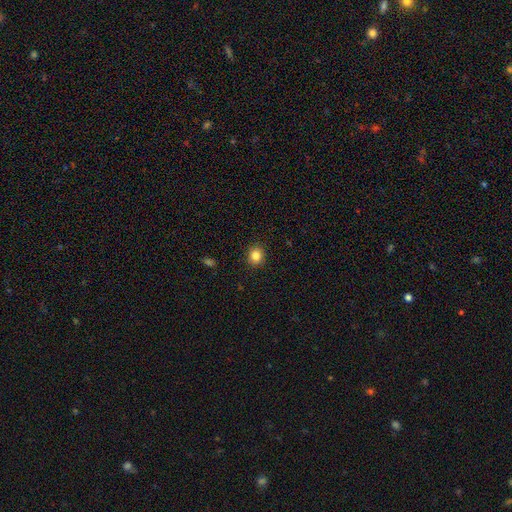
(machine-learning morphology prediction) Smooth or featured?
  - smooth: 84% *
  - star or artifact: 11%
  - featured or disk: 6%
How rounded?
  - round: 79% *
  - in between: 20%
  - cigar-shaped: 1%
Merging?
  - none: 90% *
  - minor disturbance: 7%
  - major disturbance: 2%
  - merger: 1%